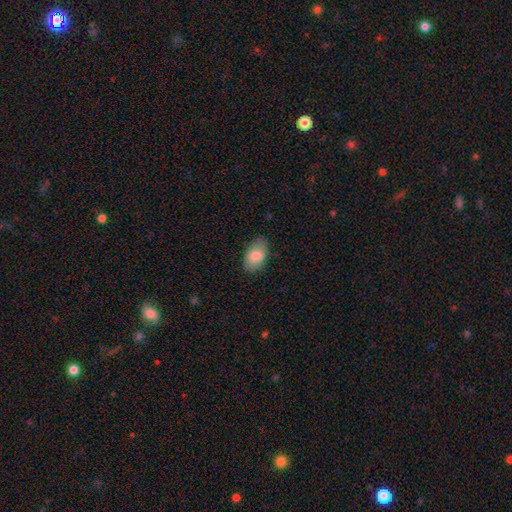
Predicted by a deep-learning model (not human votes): smooth_or_featured: smooth (p=0.83) [alt: featured or disk p=0.11]
how_rounded: in between (p=0.93) [alt: round p=0.06]
merging: none (p=0.81) [alt: minor disturbance p=0.14]